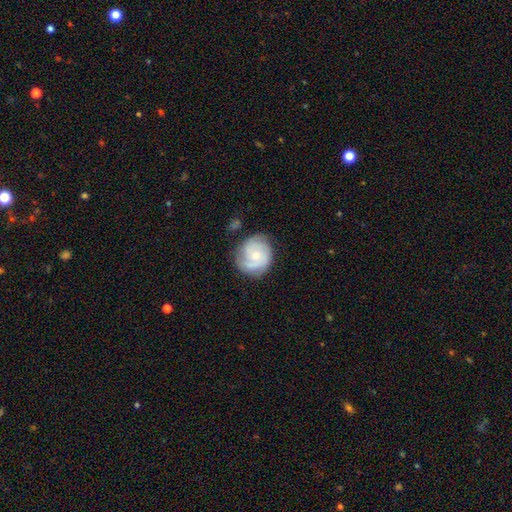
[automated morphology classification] Overall: featured or disk (67%). Edge-on disk: no (98%). Bar: no (77%). Spiral arms: yes (91%). Spiral arm count: 3 (33%; 2 28%). Spiral winding: tight (57%; medium 33%). Bulge size: small (55%; moderate 41%). Merging: none (73%).